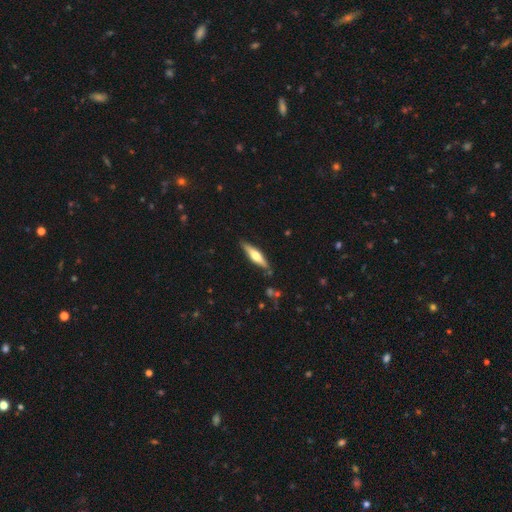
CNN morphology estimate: Smooth or featured: featured or disk — 53% (smooth — 42%)
Edge-on disk: yes — 94% (no — 6%)
Merging: none — 85% (minor disturbance — 11%)